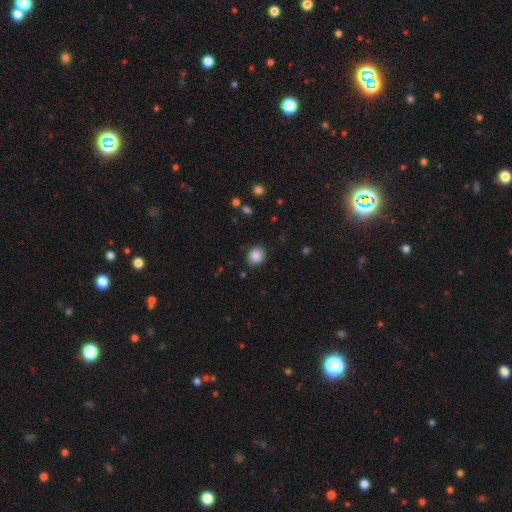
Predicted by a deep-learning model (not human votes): smooth-or-featured: smooth: 86% | star or artifact: 9% | featured or disk: 4%
  how-rounded: round: 77% | in between: 22% | cigar-shaped: 1%
  merging: none: 90% | minor disturbance: 7% | major disturbance: 2% | merger: 1%